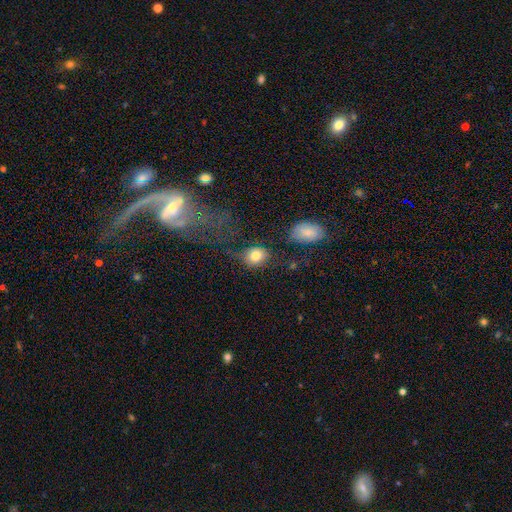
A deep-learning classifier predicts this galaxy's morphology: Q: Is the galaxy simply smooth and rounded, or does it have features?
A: smooth — 81%.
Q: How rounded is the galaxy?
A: round — 59%.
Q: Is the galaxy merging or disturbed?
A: none — 62%.